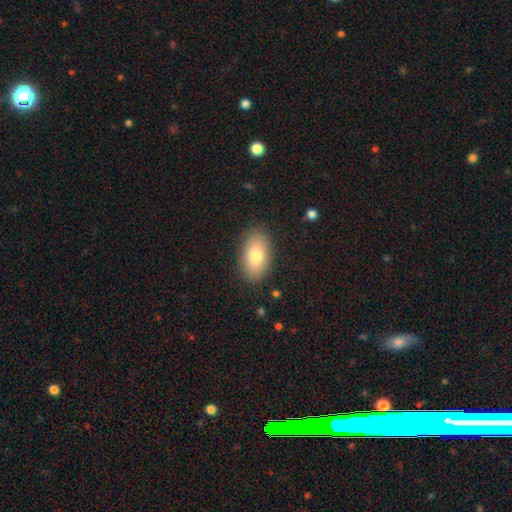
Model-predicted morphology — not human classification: A smooth galaxy with no disk features (78%) that is in between round and cigar-shaped (93%).

Vote fractions:
- Smooth or featured? smooth: 78% / featured or disk: 15% / star or artifact: 7%
- How rounded? in between: 93% / round: 5% / cigar-shaped: 2%
- Merging? none: 87% / minor disturbance: 9% / major disturbance: 2% / merger: 1%